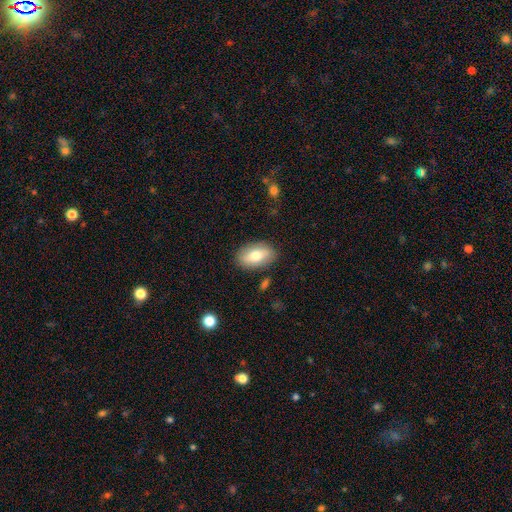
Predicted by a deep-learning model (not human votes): This is likely a smooth galaxy (69%). How rounded: clearly in between (91%). Merging: clearly none (85%).